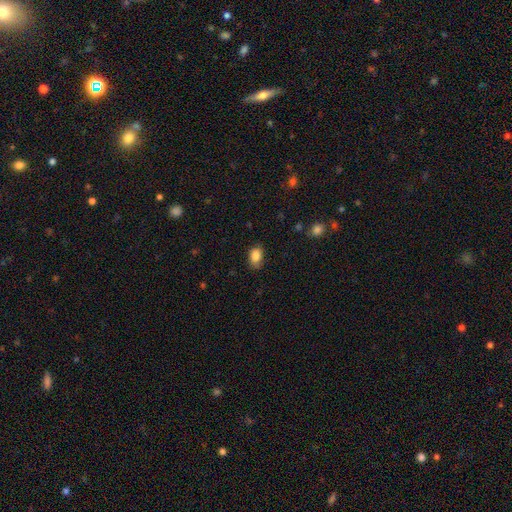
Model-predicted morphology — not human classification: A smooth galaxy with no disk features (86%) that is in between round and cigar-shaped (83%).

Vote fractions:
- Smooth or featured? smooth: 86% / star or artifact: 8% / featured or disk: 6%
- How rounded? in between: 83% / round: 16% / cigar-shaped: 1%
- Merging? none: 73% / minor disturbance: 21% / major disturbance: 4% / merger: 1%